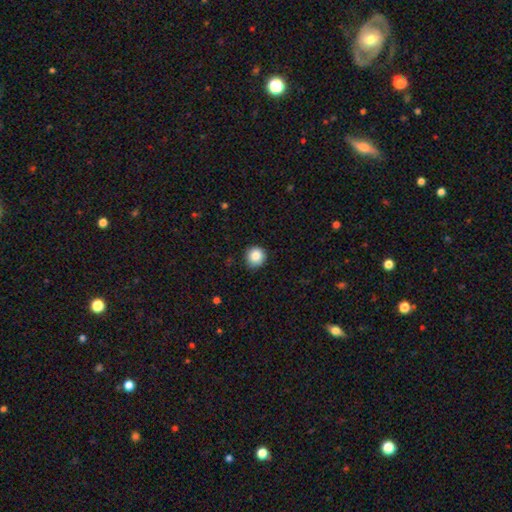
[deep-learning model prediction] smooth_or_featured: smooth (p=0.87) [alt: star or artifact p=0.09]
how_rounded: round (p=0.92) [alt: in between p=0.07]
merging: none (p=0.86) [alt: minor disturbance p=0.11]